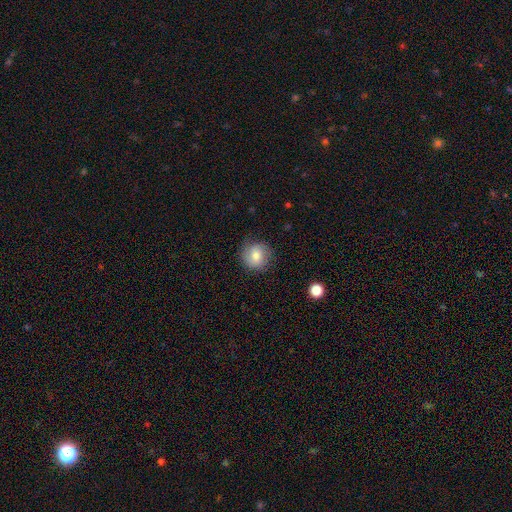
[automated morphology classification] A smooth galaxy with no disk features (73%) that is round (89%). Merging: none (79%).